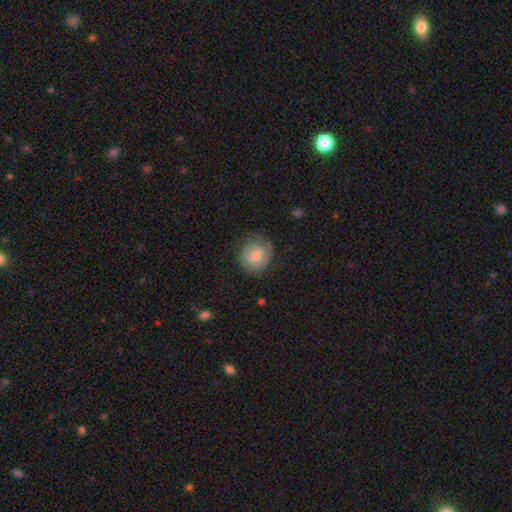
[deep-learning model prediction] Smooth or featured?
  - smooth: 54% *
  - featured or disk: 39%
  - star or artifact: 7%
How rounded?
  - round: 76% *
  - in between: 23%
  - cigar-shaped: 1%
Merging?
  - none: 62% *
  - minor disturbance: 25%
  - major disturbance: 11%
  - merger: 1%